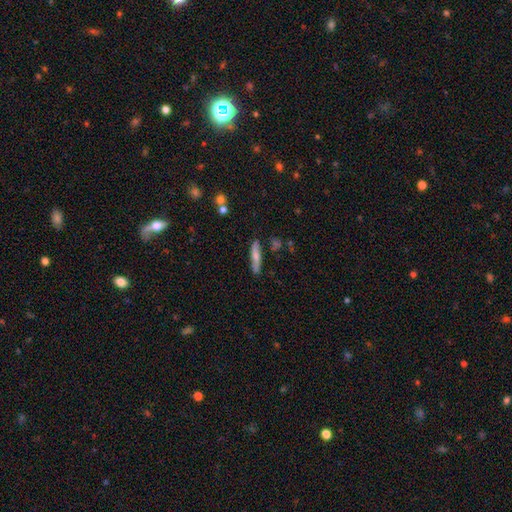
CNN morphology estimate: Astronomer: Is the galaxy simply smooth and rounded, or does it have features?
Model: smooth — 62%.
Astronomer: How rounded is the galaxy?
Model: cigar-shaped — 85%.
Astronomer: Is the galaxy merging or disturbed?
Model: none — 82%.